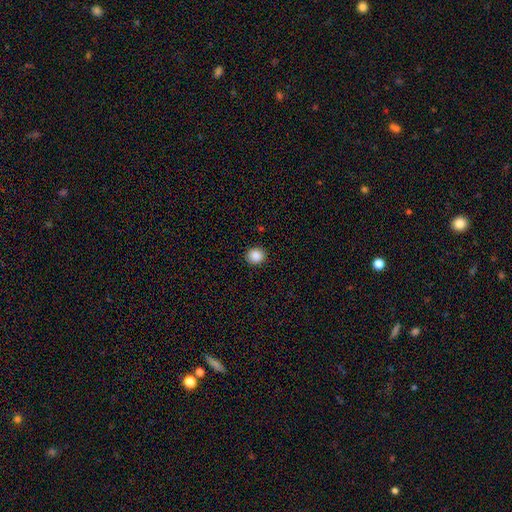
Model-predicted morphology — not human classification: Smooth or featured? smooth (88%)
How rounded? round (86%)
Merging? none (92%)